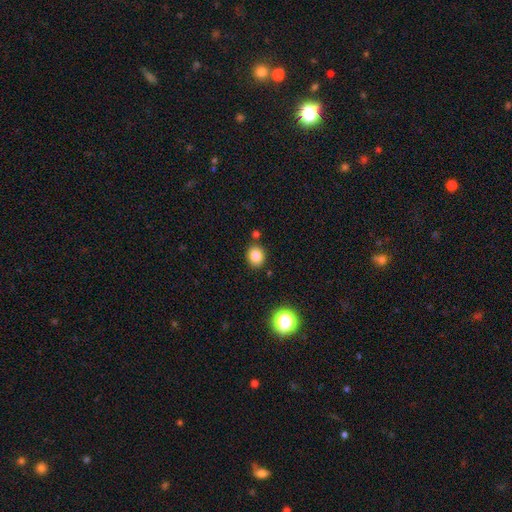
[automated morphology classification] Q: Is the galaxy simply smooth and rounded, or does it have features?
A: smooth — 83%.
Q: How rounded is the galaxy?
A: round — 57%.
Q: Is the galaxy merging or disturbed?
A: none — 83%.